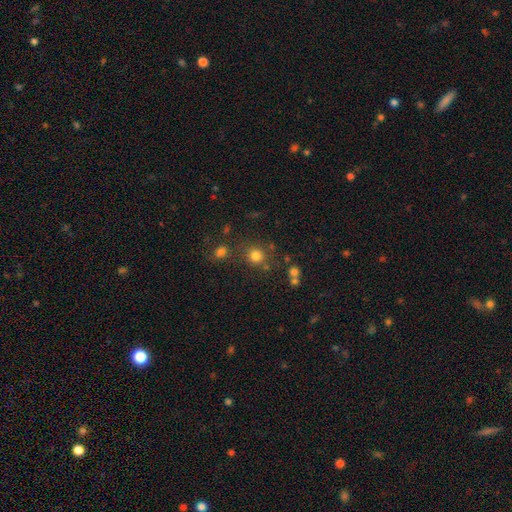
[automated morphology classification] Overall: smooth (77%). How rounded: round (88%). Merging: none (74%).